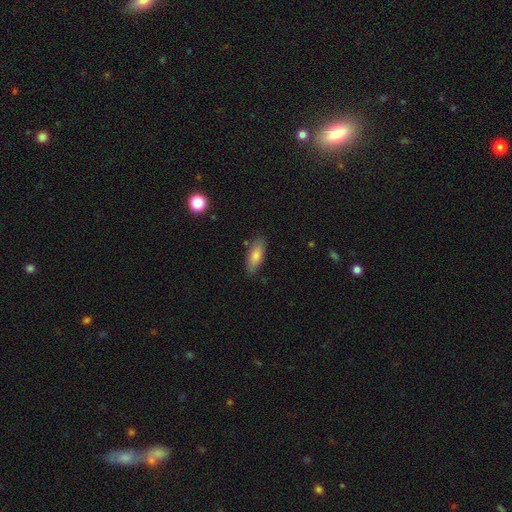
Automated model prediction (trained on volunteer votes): Smooth or featured: smooth — 81% (featured or disk — 13%)
How rounded: in between — 72% (cigar-shaped — 26%)
Merging: none — 83% (minor disturbance — 13%)